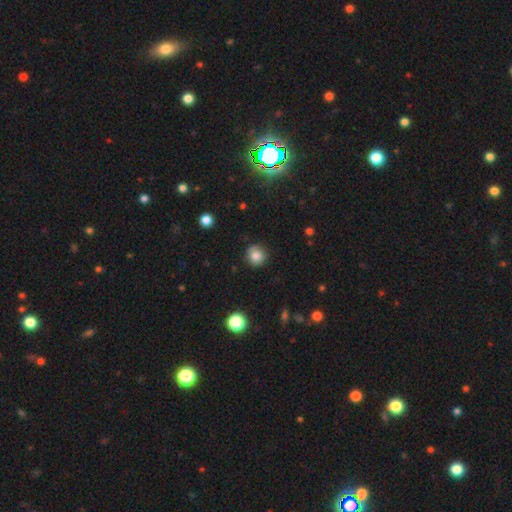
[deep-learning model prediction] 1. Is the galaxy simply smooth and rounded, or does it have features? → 82% smooth, 11% star or artifact, 7% featured or disk.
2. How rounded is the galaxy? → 91% round, 8% in between, 1% cigar-shaped.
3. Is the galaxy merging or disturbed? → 85% none, 11% minor disturbance, 3% major disturbance, 1% merger.